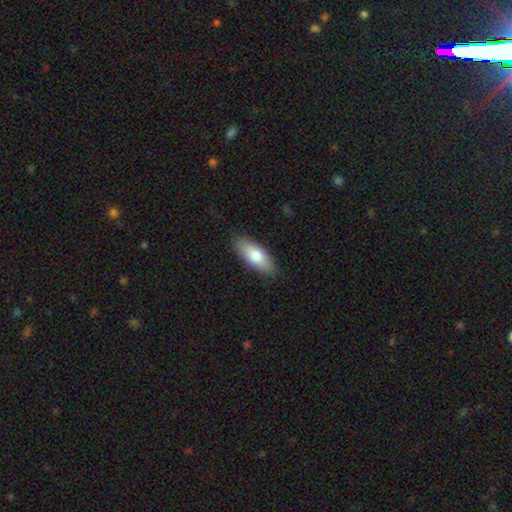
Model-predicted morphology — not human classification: Smooth or featured? smooth (76%)
How rounded? in between (75%)
Merging? none (86%)